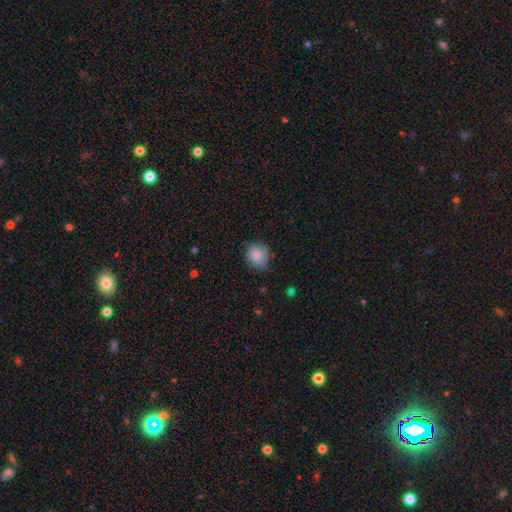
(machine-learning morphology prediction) type=smooth (83%); roundness=round (76%); merging=none (74%).